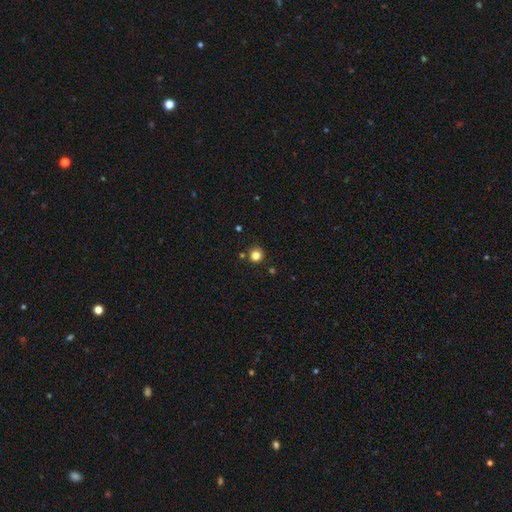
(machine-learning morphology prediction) type=smooth (81%); roundness=round (94%); merging=none (86%).